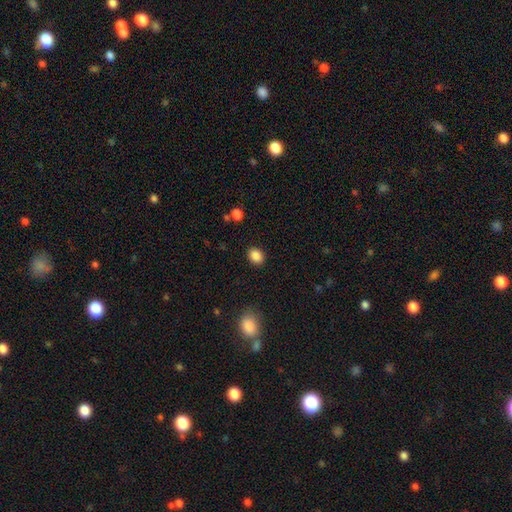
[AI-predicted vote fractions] smooth_or_featured: smooth (p=0.87) [alt: star or artifact p=0.09]
how_rounded: in between (p=0.51) [alt: round p=0.48]
merging: none (p=0.88) [alt: minor disturbance p=0.08]